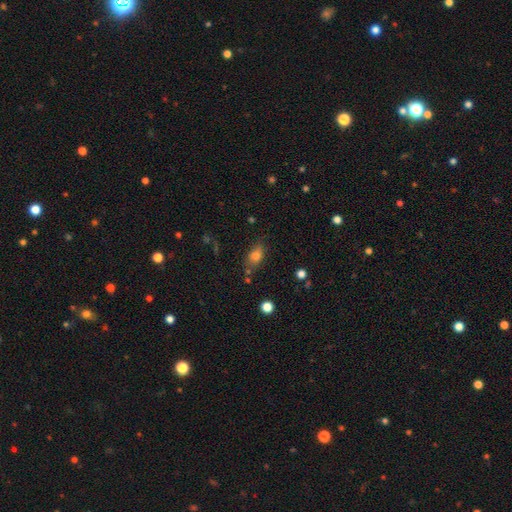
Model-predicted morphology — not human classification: This appears to be a smooth galaxy with no disk features (78%) that is in between round and cigar-shaped (79%). Merging: none (63%).